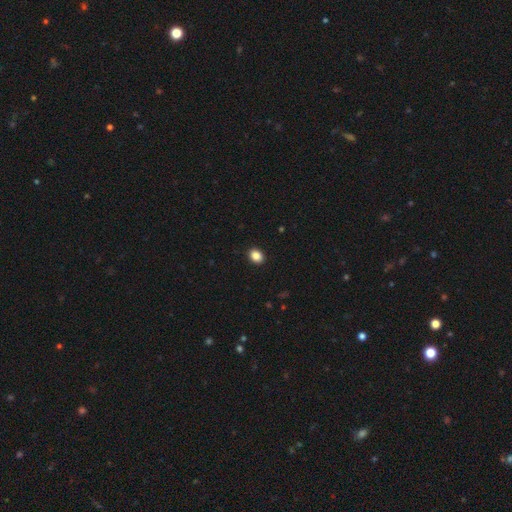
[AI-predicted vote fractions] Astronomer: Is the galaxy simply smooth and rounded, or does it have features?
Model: smooth — 87%.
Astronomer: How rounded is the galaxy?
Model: in between — 52% (runner-up: round, 47%).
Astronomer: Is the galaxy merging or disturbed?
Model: none — 91%.